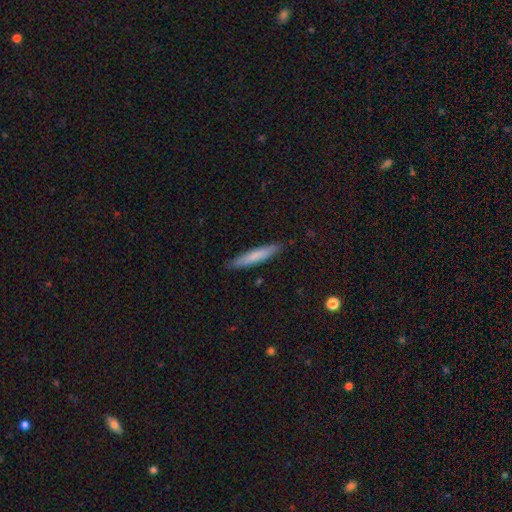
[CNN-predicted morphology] Smooth or featured? Predicted: smooth (p=0.74). How rounded? Predicted: cigar-shaped (p=0.92). Merging? Predicted: none (p=0.89).